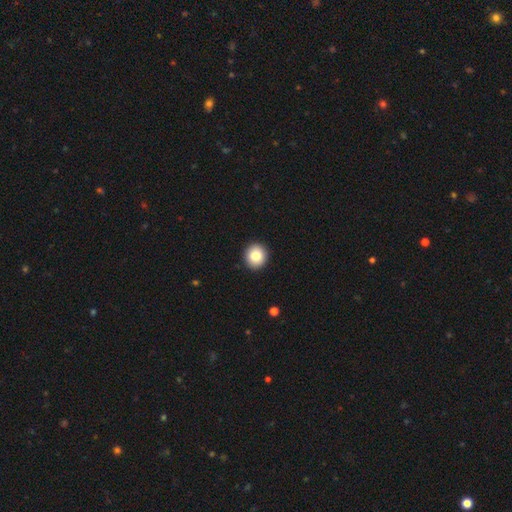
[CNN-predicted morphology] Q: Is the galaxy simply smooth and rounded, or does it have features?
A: smooth — 84%.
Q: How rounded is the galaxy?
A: round — 89%.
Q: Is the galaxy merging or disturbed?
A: none — 93%.